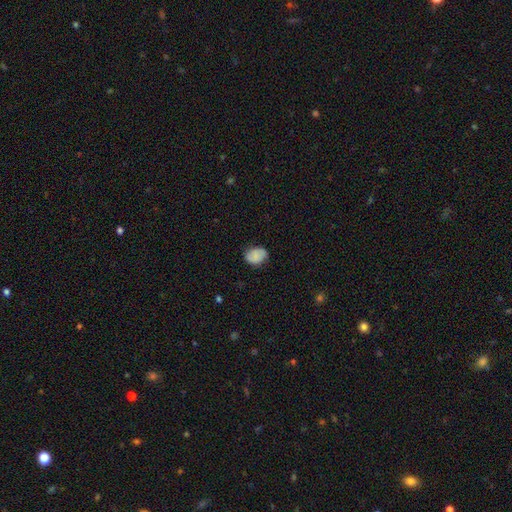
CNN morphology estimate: Q: Smooth or featured?
A: smooth (77%); runner-up: featured or disk (15%)
Q: How rounded?
A: in between (64%); runner-up: round (35%)
Q: Merging?
A: none (74%); runner-up: minor disturbance (21%)